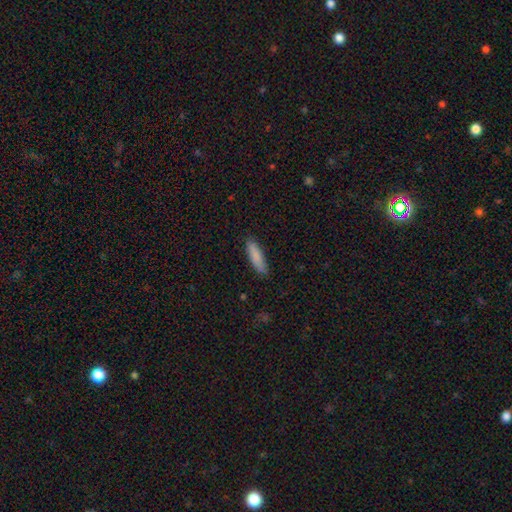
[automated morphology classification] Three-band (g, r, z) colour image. It shows a smooth galaxy with no disk features (86%) that is cigar-shaped (70%). Merging: none (86%).